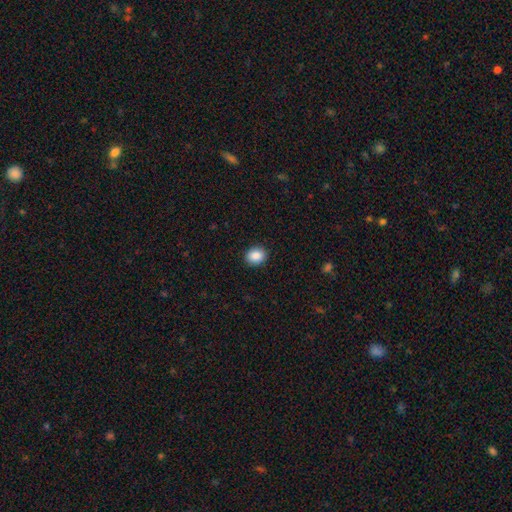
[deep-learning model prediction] Smooth or featured: smooth — 88% (star or artifact — 8%)
How rounded: round — 62% (in between — 37%)
Merging: none — 91% (minor disturbance — 6%)